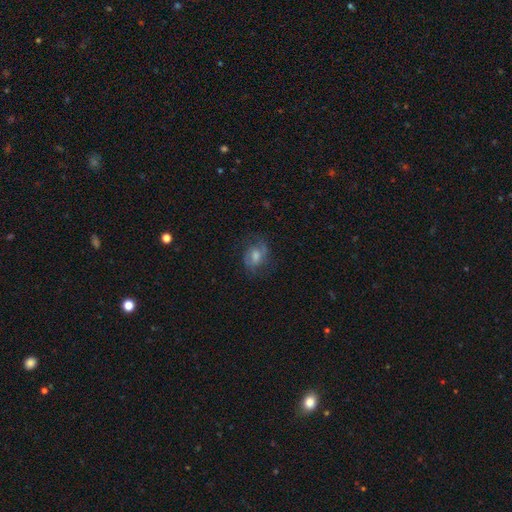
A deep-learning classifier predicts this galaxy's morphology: This appears to be a featured or disk galaxy (45%). Merging: none (67%).